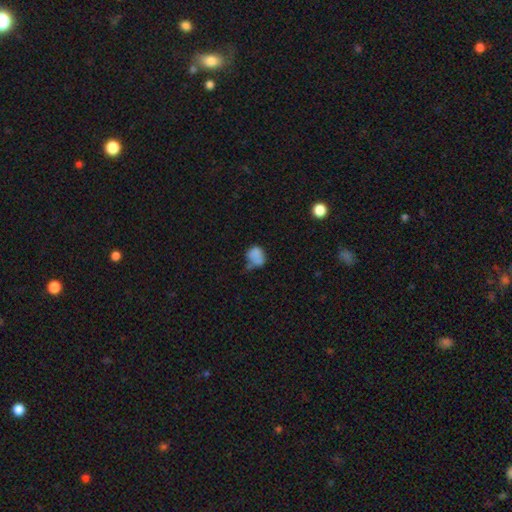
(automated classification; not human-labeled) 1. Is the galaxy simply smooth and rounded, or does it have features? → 74% smooth, 15% featured or disk, 12% star or artifact.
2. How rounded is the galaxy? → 50% round, 49% in between, 1% cigar-shaped.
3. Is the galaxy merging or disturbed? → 36% none, 30% minor disturbance, 18% major disturbance, 17% merger.